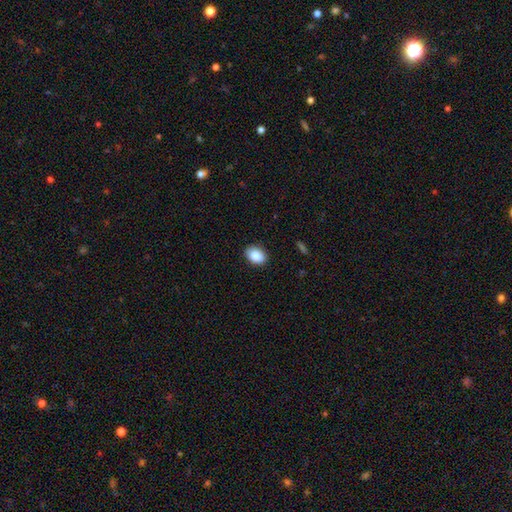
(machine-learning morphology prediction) Smooth or featured?
  - smooth: 89% *
  - star or artifact: 7%
  - featured or disk: 4%
How rounded?
  - in between: 78% *
  - round: 21%
  - cigar-shaped: 1%
Merging?
  - none: 88% *
  - minor disturbance: 9%
  - major disturbance: 2%
  - merger: 1%